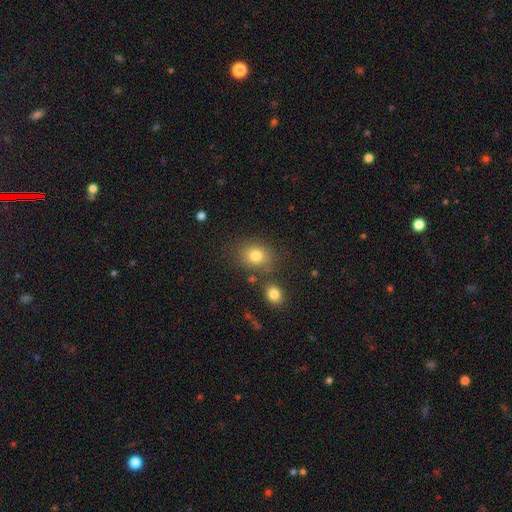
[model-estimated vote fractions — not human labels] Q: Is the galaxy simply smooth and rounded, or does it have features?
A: smooth — 80%.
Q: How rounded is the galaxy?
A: round — 62%.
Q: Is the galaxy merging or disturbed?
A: none — 76%.